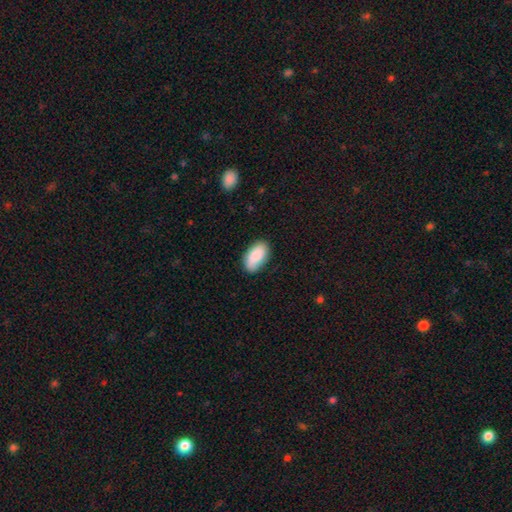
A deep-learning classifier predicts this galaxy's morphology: A smooth galaxy with no disk features (86%) that is in between round and cigar-shaped (94%).

Vote fractions:
- Smooth or featured? smooth: 86% / featured or disk: 8% / star or artifact: 6%
- How rounded? in between: 94% / cigar-shaped: 3% / round: 3%
- Merging? none: 81% / minor disturbance: 14% / major disturbance: 3% / merger: 1%